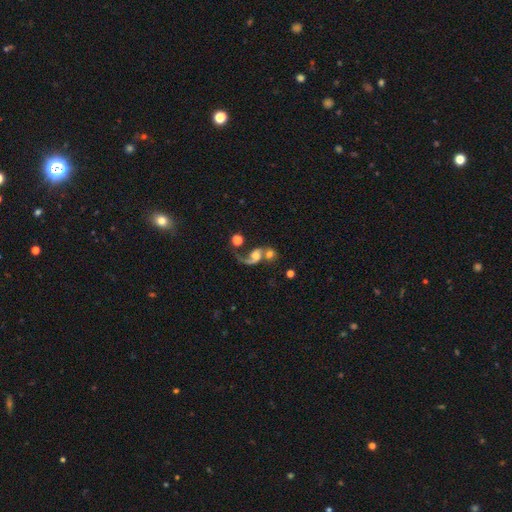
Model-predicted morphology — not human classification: A featured or disk galaxy (63%) with no bar (66%), 1 (63%) loose (77%) spiral arms (84%) and a moderate central bulge (46%). Merging: merger (55%).